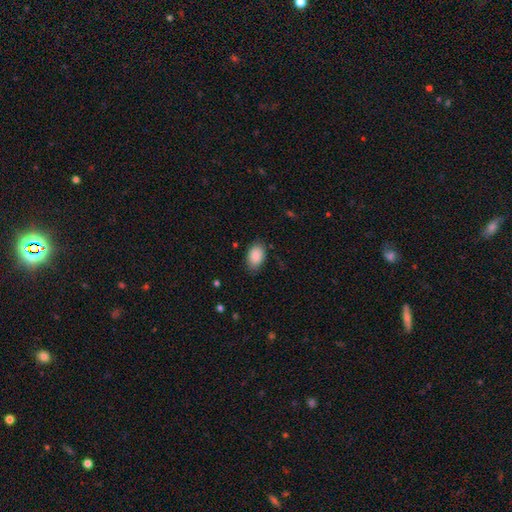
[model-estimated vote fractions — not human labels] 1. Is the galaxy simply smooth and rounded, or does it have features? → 90% smooth, 7% star or artifact, 4% featured or disk.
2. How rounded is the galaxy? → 90% in between, 9% round, 1% cigar-shaped.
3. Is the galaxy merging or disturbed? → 80% none, 15% minor disturbance, 3% major disturbance, 1% merger.